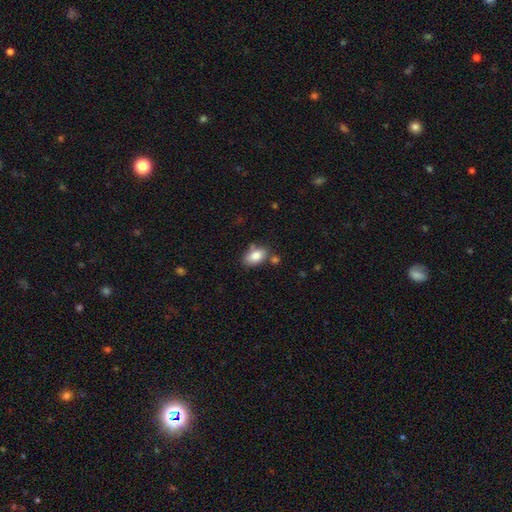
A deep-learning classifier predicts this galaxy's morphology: smooth_or_featured: smooth (p=0.84) [alt: featured or disk p=0.09]
how_rounded: in between (p=0.89) [alt: round p=0.10]
merging: none (p=0.65) [alt: minor disturbance p=0.19]